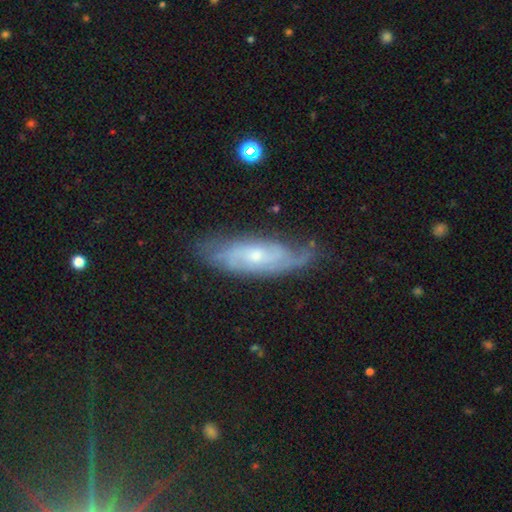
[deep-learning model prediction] Morphology: type=featured or disk (78%); edge-on=no (84%); bar=no (65%); spiral arms=yes (93%); winding=tight (52%); arm count=can't tell (41%); bulge=small (57%); merging=none (69%).